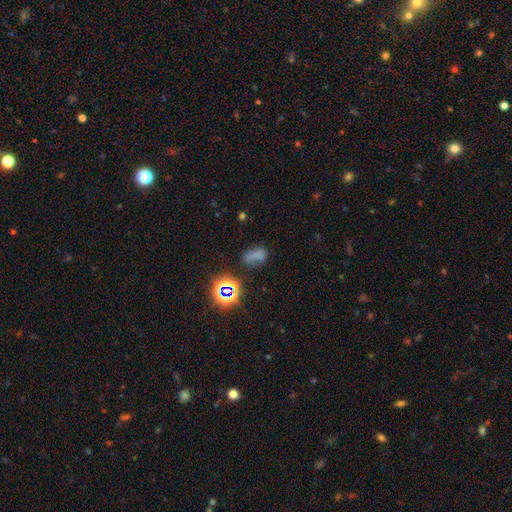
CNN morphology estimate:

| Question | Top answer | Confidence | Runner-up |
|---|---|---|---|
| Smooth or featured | smooth | 57% | star or artifact (30%) |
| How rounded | in between | 82% | round (13%) |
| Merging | none | 51% | minor disturbance (24%) |